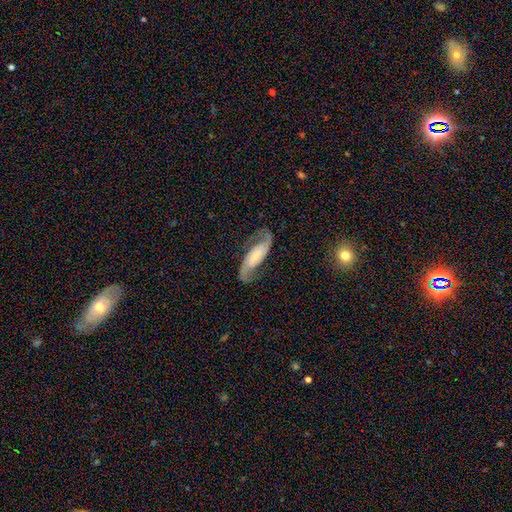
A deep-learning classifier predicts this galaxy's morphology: A featured or disk galaxy (87%) with no bar (40%), 2 (93%) loose (49%) spiral arms (97%) and a small central bulge (53%).

Vote fractions:
- Smooth or featured? featured or disk: 87% / smooth: 8% / star or artifact: 5%
- Edge-on disk? no: 94% / yes: 6%
- Bar? no: 40% / weak: 33% / strong: 27%
- Spiral arms? yes: 97% / no: 3%
- Spiral winding? loose: 49% / medium: 39% / tight: 12%
- Spiral arm count? 2: 93% / can't tell: 2% / 1: 2% / 3: 1% / 4: 1% / more than 4: 1%
- Bulge size? small: 53% / moderate: 24% / none: 13% / large: 8% / dominant: 3%
- Merging? none: 76% / minor disturbance: 14% / major disturbance: 8% / merger: 2%